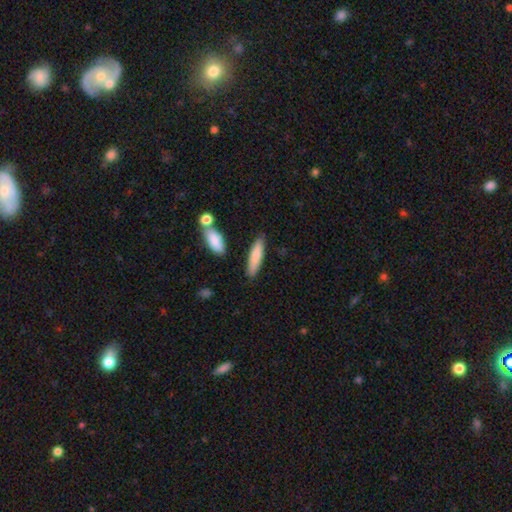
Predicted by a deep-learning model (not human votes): A smooth galaxy with no disk features (81%) that is cigar-shaped (75%).

Vote fractions:
- Smooth or featured? smooth: 81% / featured or disk: 13% / star or artifact: 6%
- How rounded? cigar-shaped: 75% / in between: 23% / round: 2%
- Merging? none: 82% / minor disturbance: 11% / merger: 5% / major disturbance: 3%